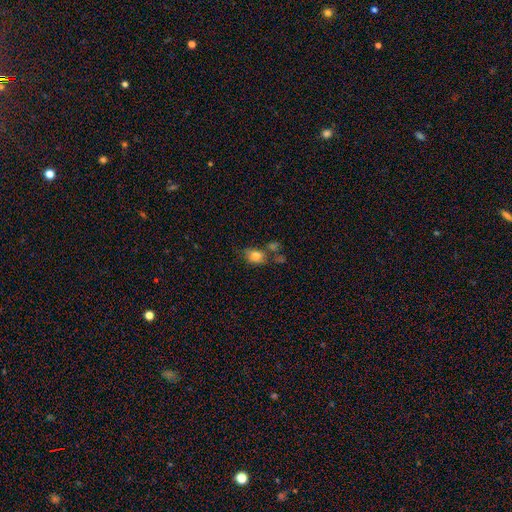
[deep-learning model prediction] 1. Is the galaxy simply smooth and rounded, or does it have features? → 77% smooth, 13% featured or disk, 10% star or artifact.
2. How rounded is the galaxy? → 69% in between, 29% round, 2% cigar-shaped.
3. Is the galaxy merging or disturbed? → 43% none, 25% merger, 20% minor disturbance, 12% major disturbance.